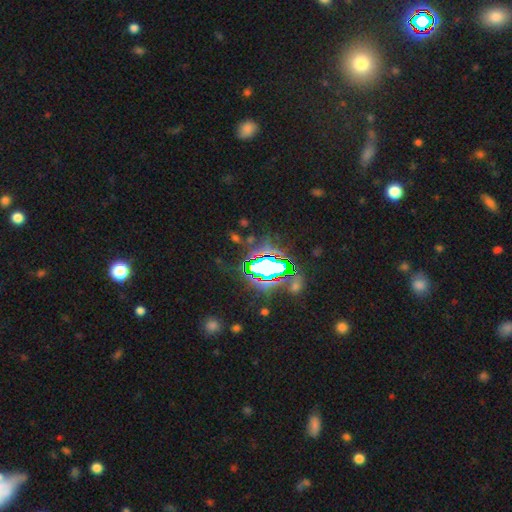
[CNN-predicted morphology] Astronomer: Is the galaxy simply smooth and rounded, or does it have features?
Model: star or artifact — 81%.